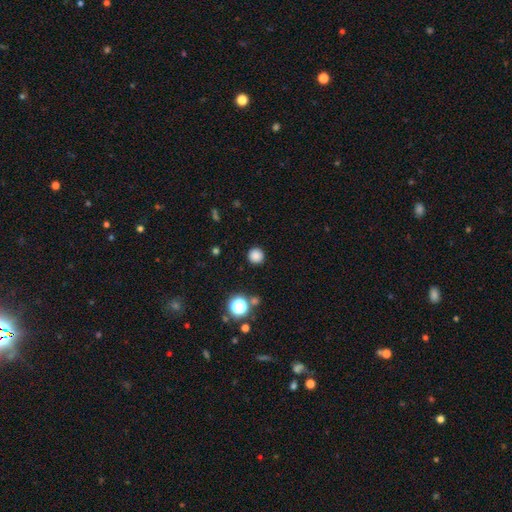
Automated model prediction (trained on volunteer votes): Smooth or featured? smooth (83%)
How rounded? round (95%)
Merging? none (90%)